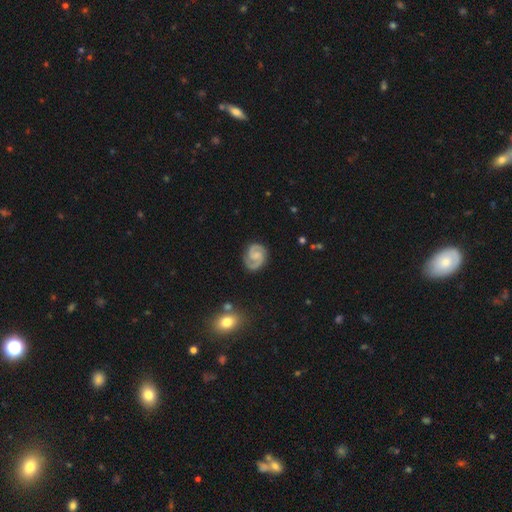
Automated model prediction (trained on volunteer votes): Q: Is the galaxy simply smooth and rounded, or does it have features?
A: featured or disk — 87%.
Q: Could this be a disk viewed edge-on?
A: no — 98%.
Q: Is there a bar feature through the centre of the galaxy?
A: no — 46%.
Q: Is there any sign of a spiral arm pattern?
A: yes — 98%.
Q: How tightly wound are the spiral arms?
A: medium — 49%.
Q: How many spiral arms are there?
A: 2 — 92%.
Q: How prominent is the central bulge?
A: none — 38%.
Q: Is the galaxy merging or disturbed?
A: none — 81%.